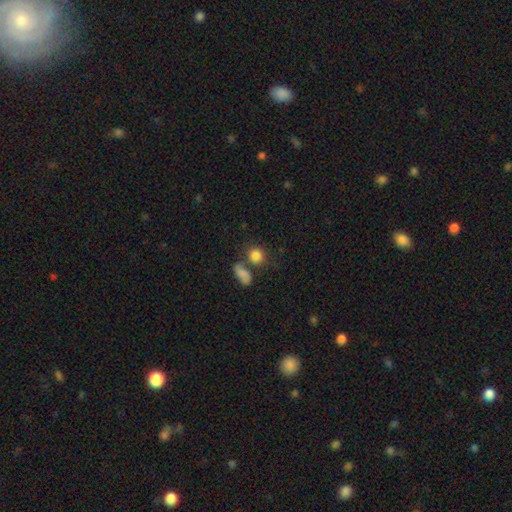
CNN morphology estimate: smooth_or_featured: smooth (p=0.84) [alt: star or artifact p=0.10]
how_rounded: round (p=0.74) [alt: in between p=0.24]
merging: none (p=0.57) [alt: merger p=0.26]